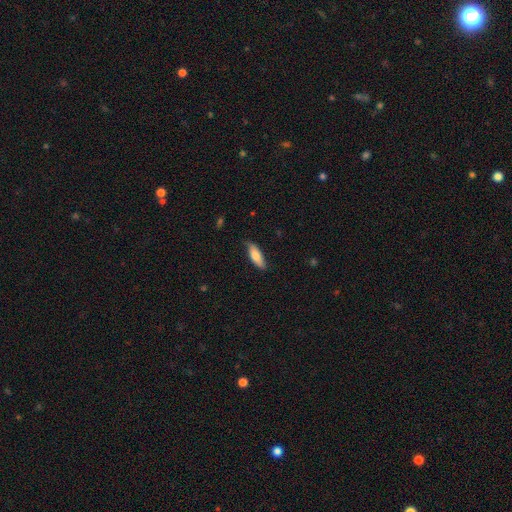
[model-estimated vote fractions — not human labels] The model was most divided on "how rounded": in between: 59%, cigar-shaped: 39%, round: 2%. More confident: smooth or featured — smooth (78%); merging — none (77%).